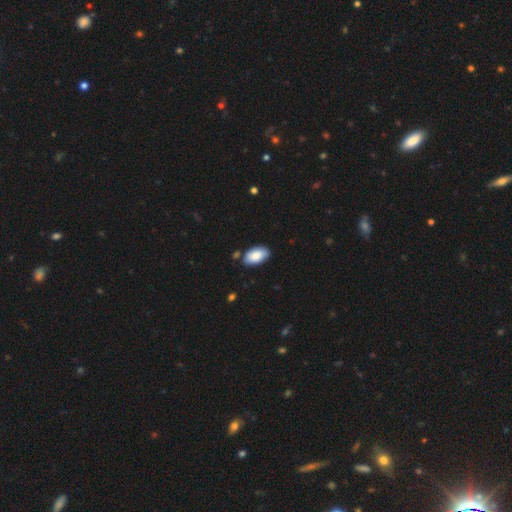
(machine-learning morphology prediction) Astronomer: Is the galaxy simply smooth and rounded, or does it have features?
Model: smooth — 86%.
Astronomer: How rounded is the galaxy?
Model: in between — 95%.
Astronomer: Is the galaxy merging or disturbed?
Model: none — 79%.